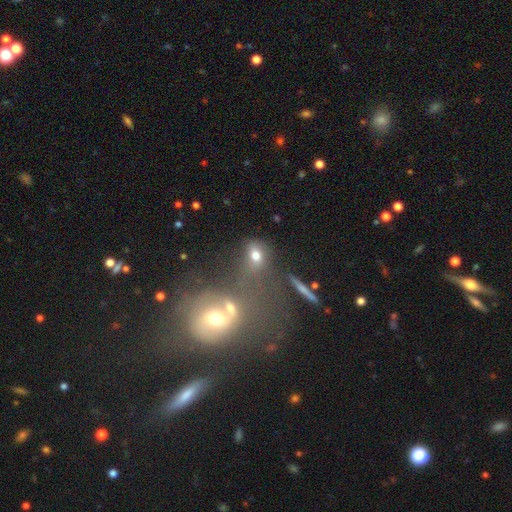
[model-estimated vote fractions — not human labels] Smooth or featured? Predicted: smooth (p=0.70). How rounded? Predicted: in between (p=0.67). Merging? Predicted: none (p=0.50).